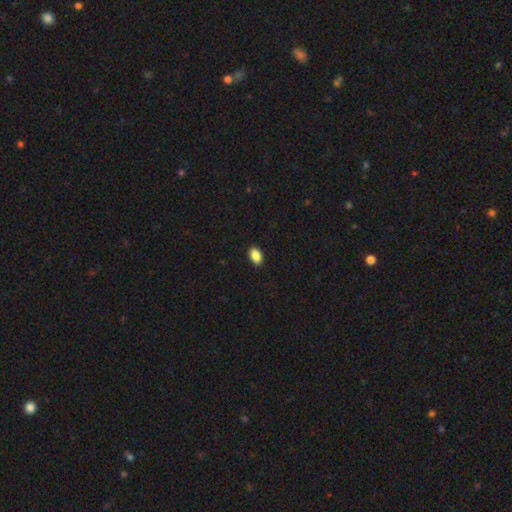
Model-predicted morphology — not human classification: Smooth or featured?
  - smooth: 89% *
  - star or artifact: 8%
  - featured or disk: 3%
How rounded?
  - in between: 90% *
  - round: 9%
  - cigar-shaped: 2%
Merging?
  - none: 90% *
  - minor disturbance: 7%
  - major disturbance: 2%
  - merger: 1%